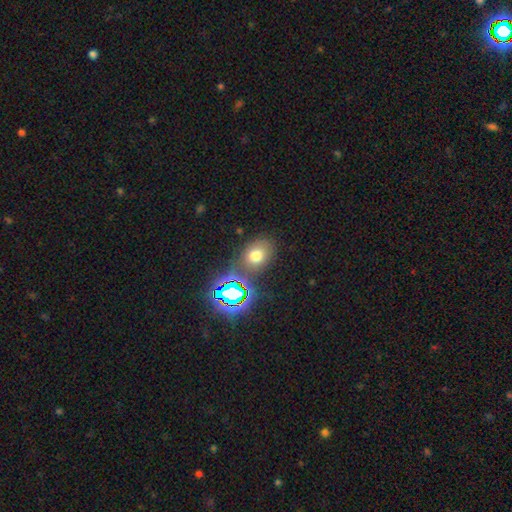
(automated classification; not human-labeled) A smooth galaxy with no disk features (66%) that is in between round and cigar-shaped (63%).

Vote fractions:
- Smooth or featured? smooth: 66% / star or artifact: 23% / featured or disk: 11%
- How rounded? in between: 63% / round: 36% / cigar-shaped: 1%
- Merging? none: 74% / minor disturbance: 14% / merger: 8% / major disturbance: 5%